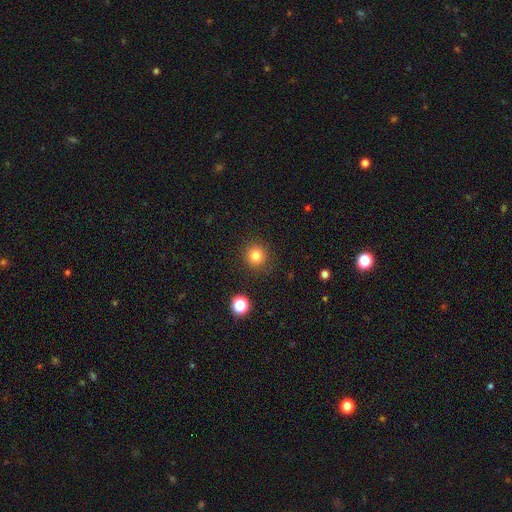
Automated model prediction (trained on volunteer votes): A smooth galaxy with no disk features (81%) that is round (93%).

Vote fractions:
- Smooth or featured? smooth: 81% / star or artifact: 13% / featured or disk: 6%
- How rounded? round: 93% / in between: 6% / cigar-shaped: 1%
- Merging? none: 89% / minor disturbance: 7% / major disturbance: 3% / merger: 2%